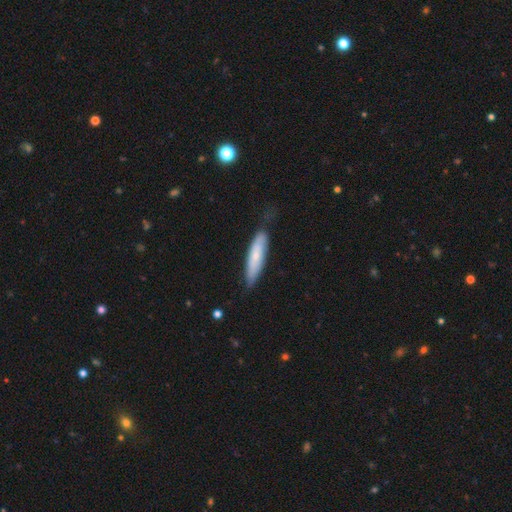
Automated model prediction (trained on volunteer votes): This appears to be a smooth galaxy with no disk features (64%) that is cigar-shaped (73%). Merging: none (70%).